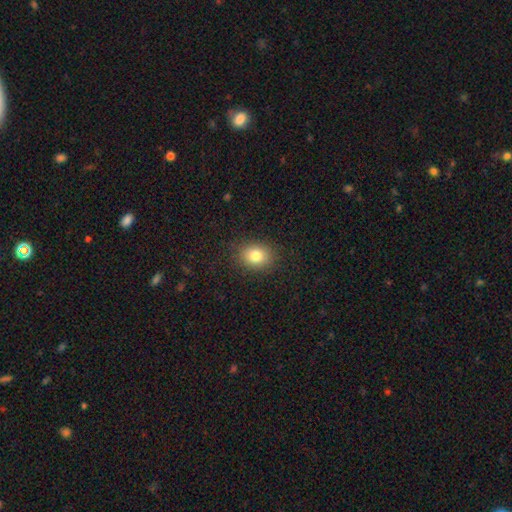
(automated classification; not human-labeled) Q: Smooth or featured?
A: smooth (81%); runner-up: star or artifact (11%)
Q: How rounded?
A: in between (50%); runner-up: round (49%)
Q: Merging?
A: none (87%); runner-up: minor disturbance (9%)